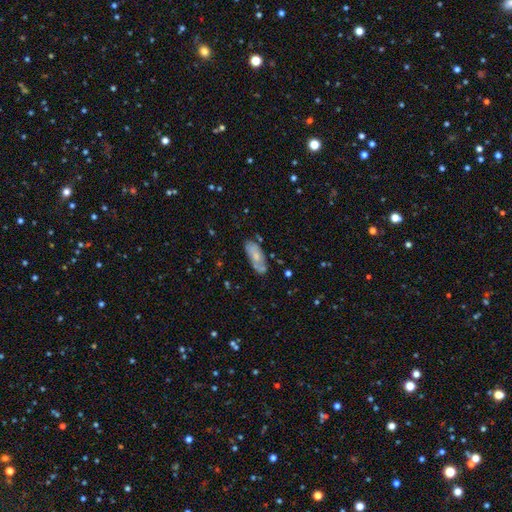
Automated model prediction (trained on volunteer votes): This is possibly a smooth galaxy (53%). How rounded: likely in between (76%). Merging: likely none (61%).